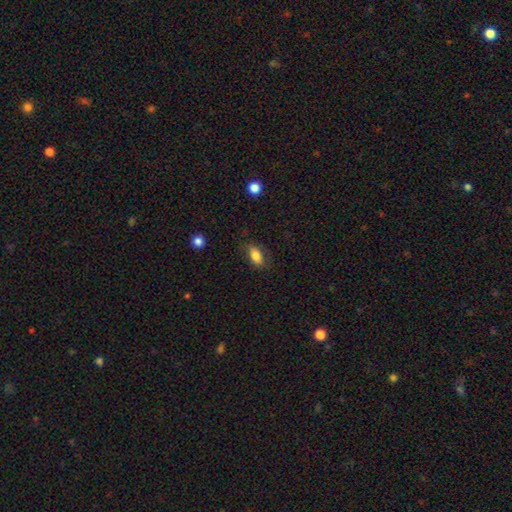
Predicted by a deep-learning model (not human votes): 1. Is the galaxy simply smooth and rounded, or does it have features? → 80% smooth, 11% featured or disk, 8% star or artifact.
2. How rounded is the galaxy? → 87% in between, 8% round, 5% cigar-shaped.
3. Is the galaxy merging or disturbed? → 73% none, 19% minor disturbance, 6% major disturbance, 1% merger.